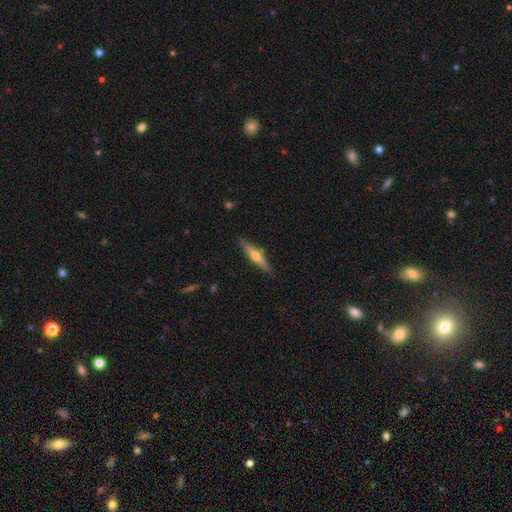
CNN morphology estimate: This appears to be a featured or disk galaxy (56%) viewed edge-on (95%) with a rounded central bulge (88%). Merging: none (86%).